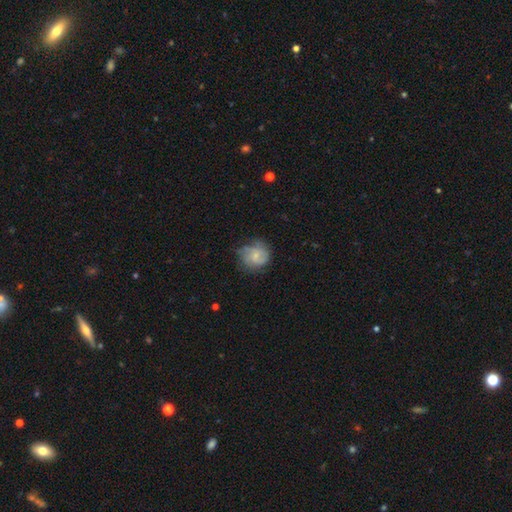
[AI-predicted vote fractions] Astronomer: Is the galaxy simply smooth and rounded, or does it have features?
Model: smooth — 53% (runner-up: featured or disk, 39%).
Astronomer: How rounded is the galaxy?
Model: round — 82%.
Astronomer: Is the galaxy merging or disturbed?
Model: none — 60%.